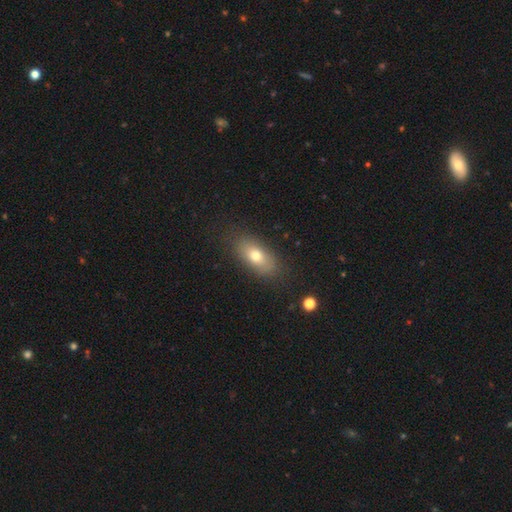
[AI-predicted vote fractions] Q: Smooth or featured?
A: smooth (71%); runner-up: featured or disk (19%)
Q: How rounded?
A: in between (83%); runner-up: cigar-shaped (10%)
Q: Merging?
A: none (82%); runner-up: minor disturbance (12%)